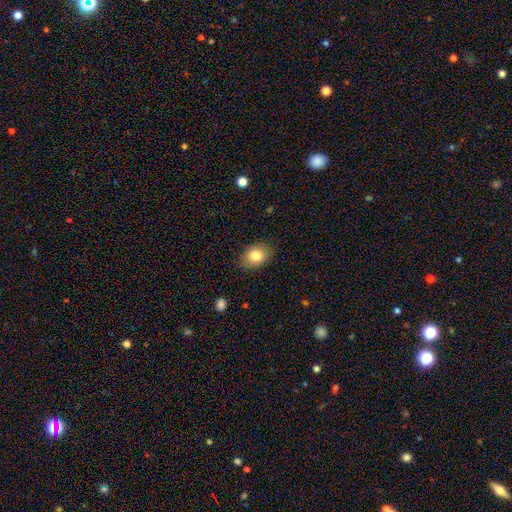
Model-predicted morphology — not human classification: smooth 82%, featured or disk 10%, star or artifact 9%. Down the decision tree: how rounded — in between (68%); merging — none (85%).